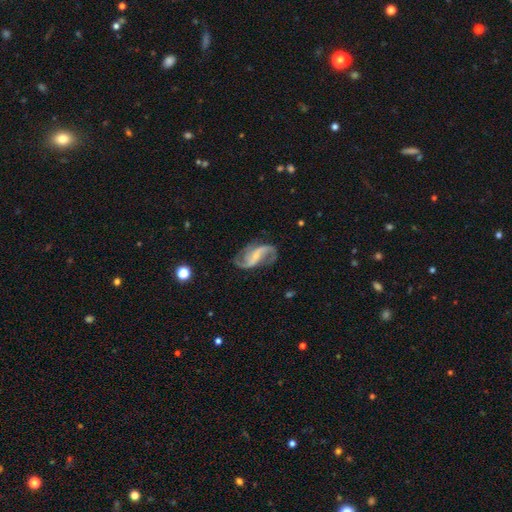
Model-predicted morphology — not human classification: A featured or disk galaxy (89%) with a weak bar (40%), 2 (89%) loose (63%) spiral arms (96%) and a small central bulge (66%). Merging: none (71%).